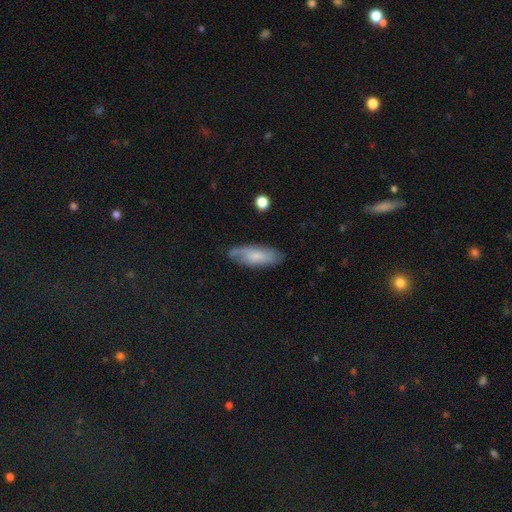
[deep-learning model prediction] This is likely a smooth galaxy (61%). How rounded: likely in between (68%). Merging: likely none (72%).